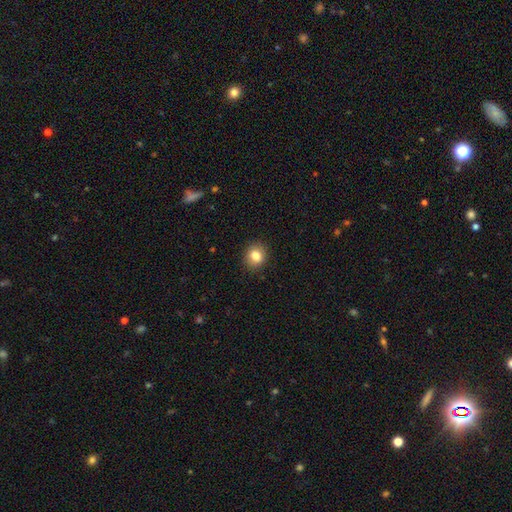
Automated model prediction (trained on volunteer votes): Smooth or featured: smooth — 83% (star or artifact — 10%)
How rounded: round — 75% (in between — 24%)
Merging: none — 90% (minor disturbance — 7%)